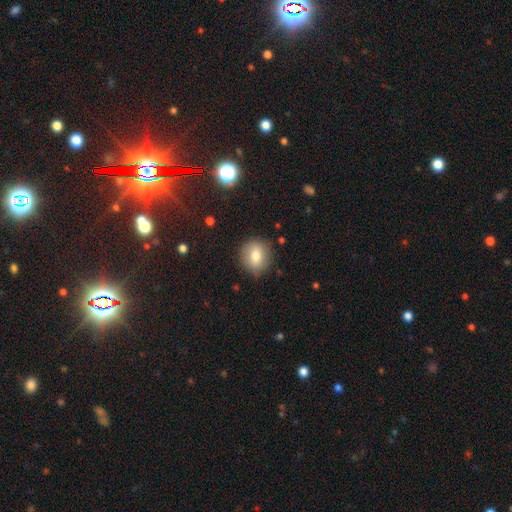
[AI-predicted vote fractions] smooth_or_featured: smooth (p=0.75) [alt: featured or disk p=0.16]
how_rounded: round (p=0.80) [alt: in between p=0.19]
merging: none (p=0.84) [alt: minor disturbance p=0.12]